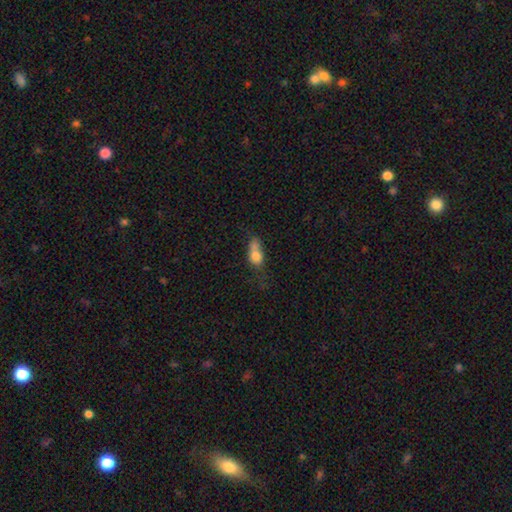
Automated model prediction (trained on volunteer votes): A smooth galaxy with no disk features (72%) that is in between round and cigar-shaped (65%). Merging: merger (36%).